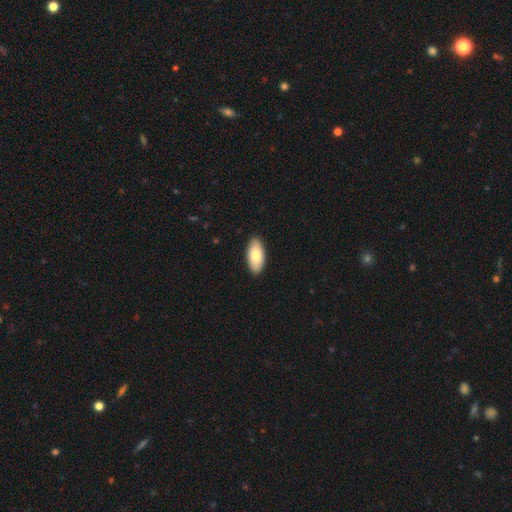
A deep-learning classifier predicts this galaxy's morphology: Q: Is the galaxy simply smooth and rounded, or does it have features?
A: smooth — 82%.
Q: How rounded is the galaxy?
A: in between — 91%.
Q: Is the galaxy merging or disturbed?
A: none — 90%.